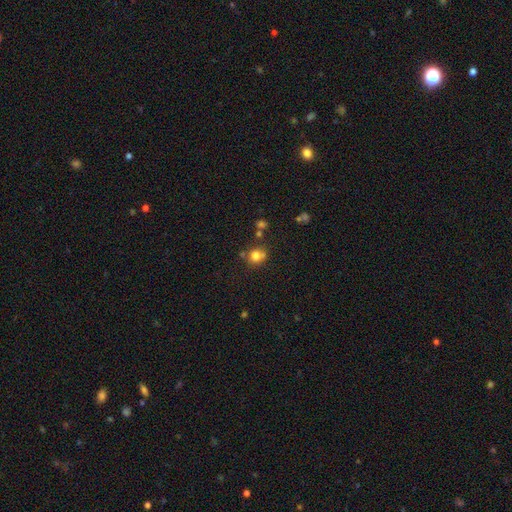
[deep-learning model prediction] This appears to be a smooth galaxy with no disk features (76%) that is round (83%). Merging: none (62%).